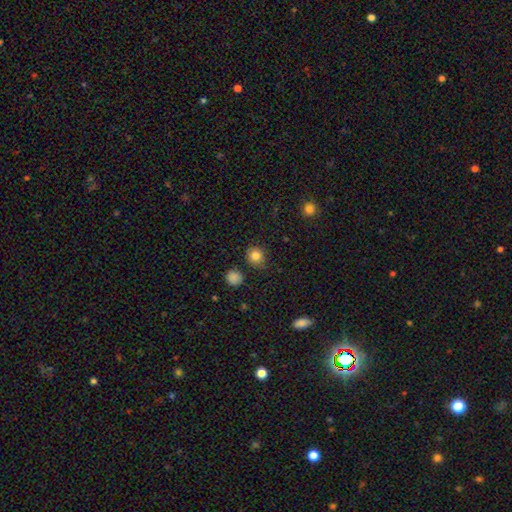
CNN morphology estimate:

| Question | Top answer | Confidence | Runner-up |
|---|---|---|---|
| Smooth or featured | smooth | 84% | star or artifact (11%) |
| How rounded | round | 86% | in between (13%) |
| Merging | none | 86% | minor disturbance (9%) |